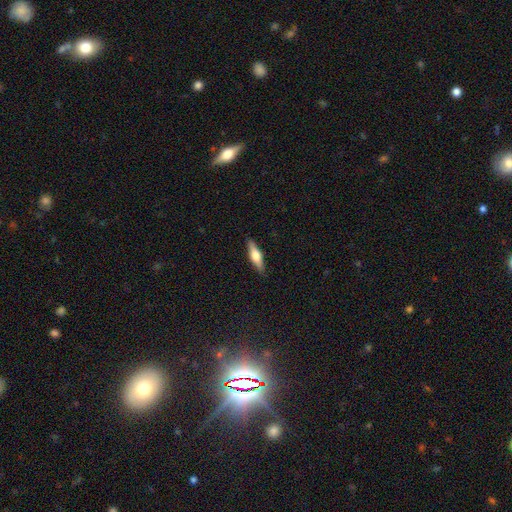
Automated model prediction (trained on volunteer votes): smooth-or-featured: featured or disk: 54% | smooth: 40% | star or artifact: 6%
  disk-edge-on: yes: 95% | no: 5%
    edge-on-bulge: rounded: 91% | boxy: 7% | none: 2%
  merging: none: 89% | minor disturbance: 8% | major disturbance: 2% | merger: 1%